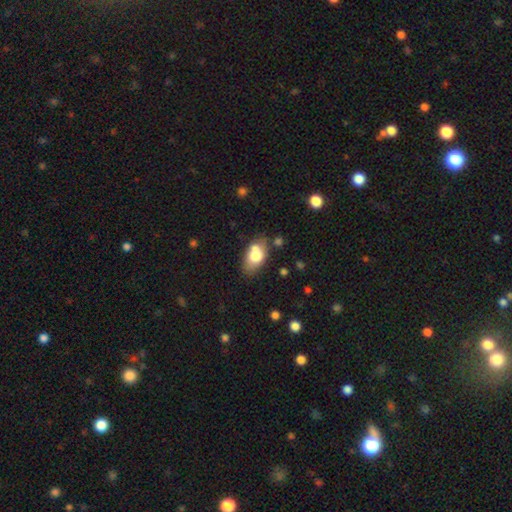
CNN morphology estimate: A smooth galaxy with no disk features (73%) that is in between round and cigar-shaped (88%). Merging: none (56%).